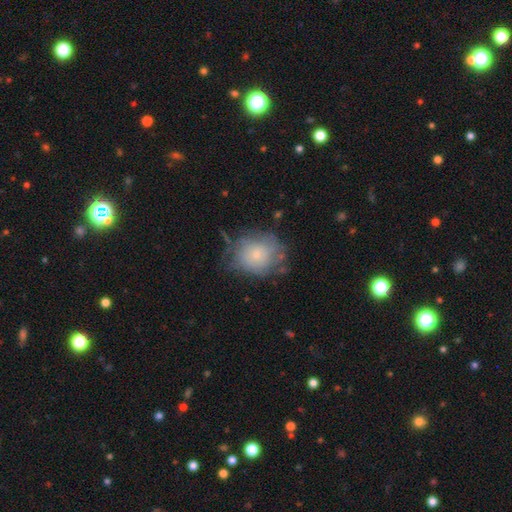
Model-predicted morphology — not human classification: Smooth or featured?
  - smooth: 60% *
  - featured or disk: 31%
  - star or artifact: 9%
How rounded?
  - round: 75% *
  - in between: 24%
  - cigar-shaped: 1%
Merging?
  - none: 55% *
  - minor disturbance: 28%
  - major disturbance: 14%
  - merger: 3%